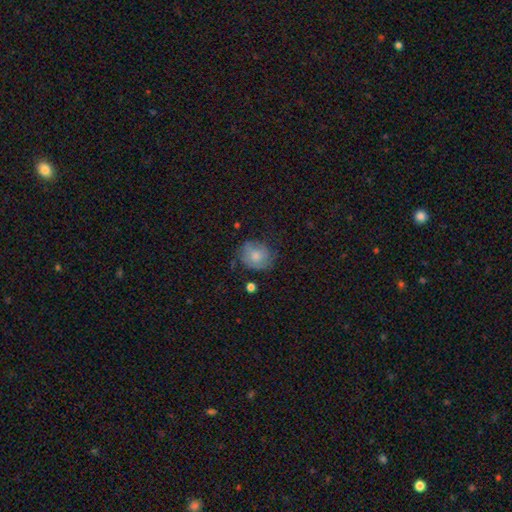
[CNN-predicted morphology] Smooth or featured? Predicted: smooth (p=0.64). How rounded? Predicted: round (p=0.71). Merging? Predicted: none (p=0.61).